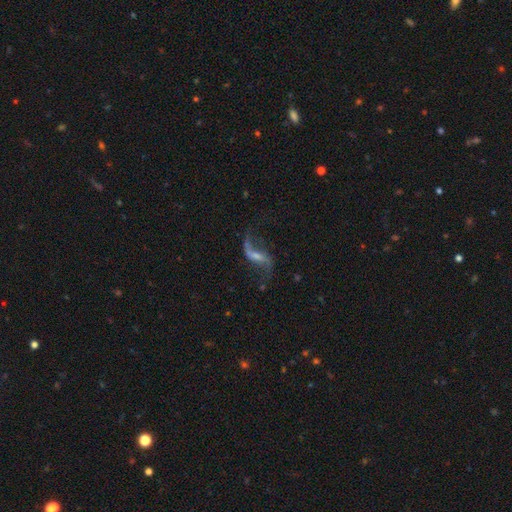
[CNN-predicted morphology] This appears to be a featured or disk galaxy (86%) with a weak bar (45%), 2 (92%) loose (91%) spiral arms (95%) and a small central bulge (49%). Merging: none (71%).